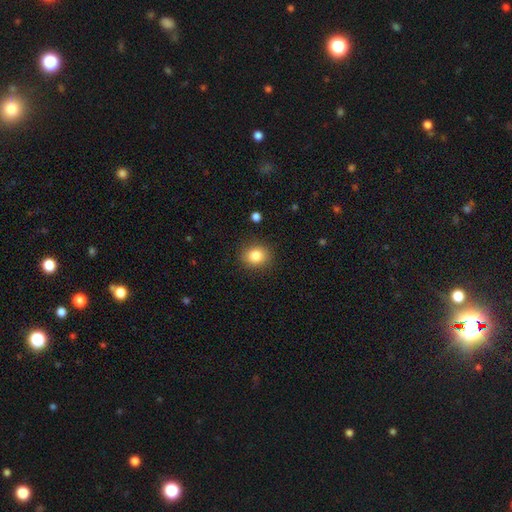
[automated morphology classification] A smooth galaxy with no disk features (83%) that is round (70%).

Vote fractions:
- Smooth or featured? smooth: 83% / star or artifact: 10% / featured or disk: 6%
- How rounded? round: 70% / in between: 29% / cigar-shaped: 1%
- Merging? none: 88% / minor disturbance: 8% / major disturbance: 3% / merger: 1%